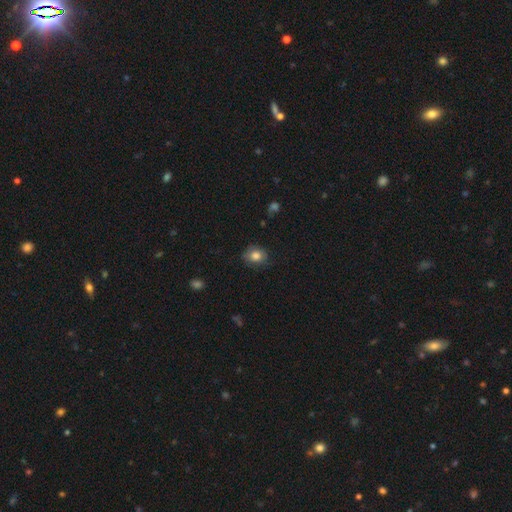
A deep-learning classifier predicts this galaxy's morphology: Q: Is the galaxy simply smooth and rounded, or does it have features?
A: smooth — 81%.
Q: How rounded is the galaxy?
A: round — 60%.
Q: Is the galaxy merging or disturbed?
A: none — 74%.